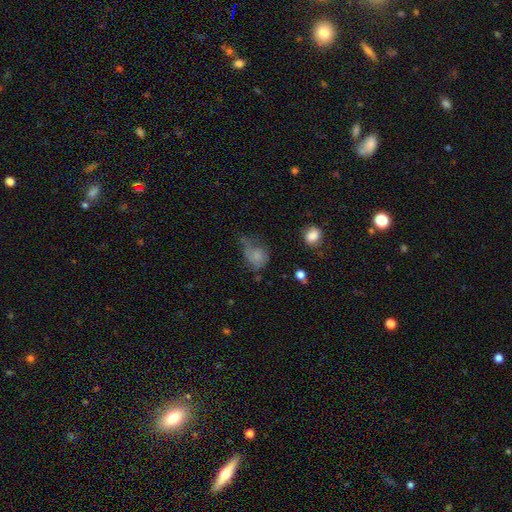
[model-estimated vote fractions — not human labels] Q: Smooth or featured?
A: smooth (69%); runner-up: featured or disk (19%)
Q: How rounded?
A: round (56%); runner-up: in between (42%)
Q: Merging?
A: major disturbance (36%); runner-up: minor disturbance (30%)